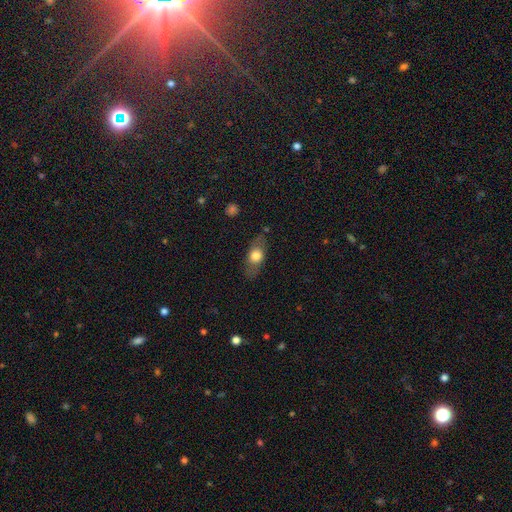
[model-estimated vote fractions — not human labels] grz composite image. It shows a smooth galaxy with no disk features (62%) that is in between round and cigar-shaped (70%). Merging: none (75%).